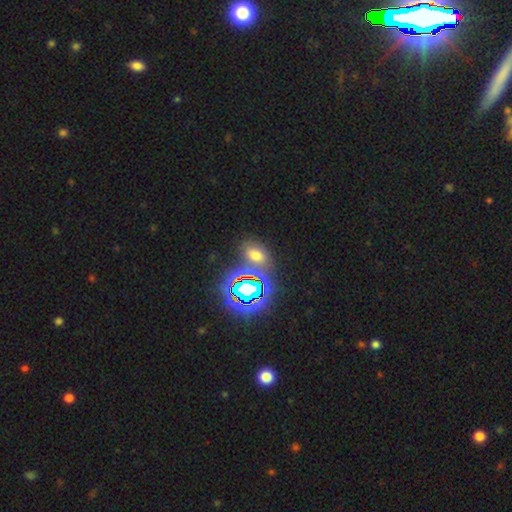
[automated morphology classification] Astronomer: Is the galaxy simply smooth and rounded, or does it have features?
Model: smooth — 51% (runner-up: star or artifact, 39%).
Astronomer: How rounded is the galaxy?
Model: in between — 78%.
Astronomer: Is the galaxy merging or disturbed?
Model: none — 69%.